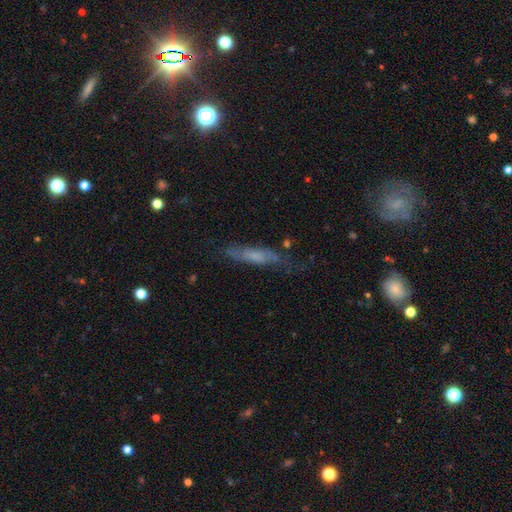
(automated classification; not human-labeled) Overall: smooth (48%; featured or disk 41%). Merging: none (55%; minor disturbance 26%).